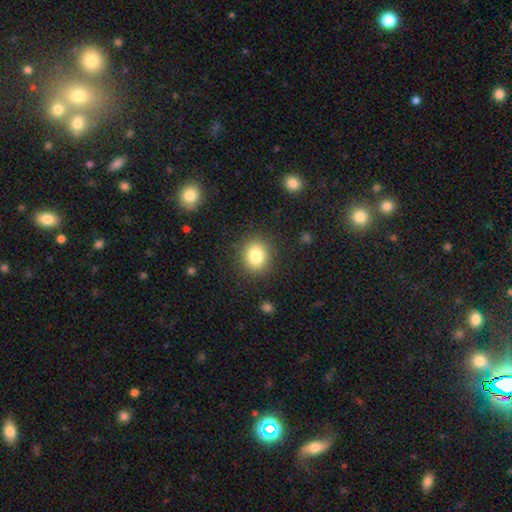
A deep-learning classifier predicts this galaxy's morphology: Smooth or featured: smooth — 81% (star or artifact — 11%)
How rounded: round — 76% (in between — 24%)
Merging: none — 88% (minor disturbance — 8%)